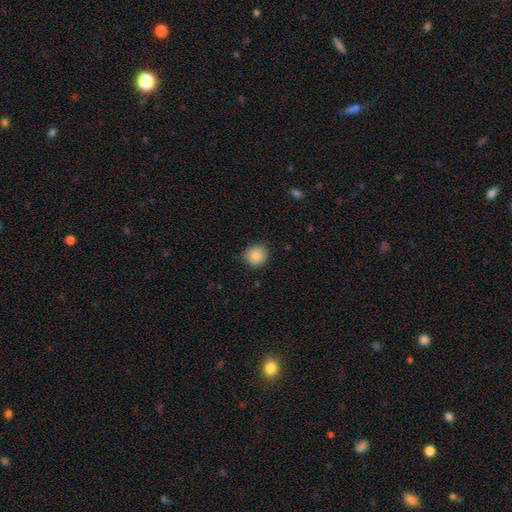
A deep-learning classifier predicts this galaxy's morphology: smooth_or_featured: smooth (p=0.87) [alt: star or artifact p=0.09]
how_rounded: round (p=0.91) [alt: in between p=0.08]
merging: none (p=0.88) [alt: minor disturbance p=0.09]